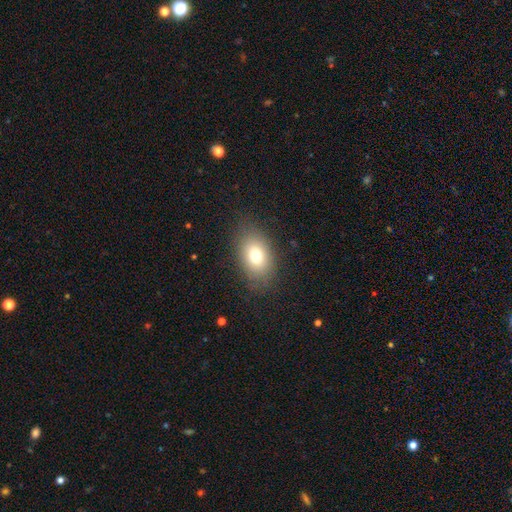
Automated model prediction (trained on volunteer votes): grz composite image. It shows a smooth galaxy with no disk features (76%) that is in between round and cigar-shaped (81%). Merging: none (82%).